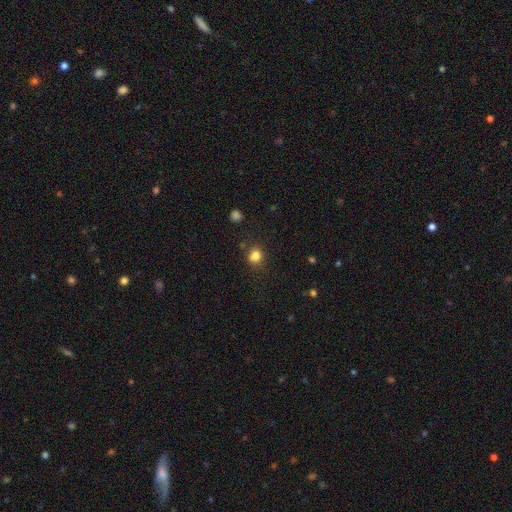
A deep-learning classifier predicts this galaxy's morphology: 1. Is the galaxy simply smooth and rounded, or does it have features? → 80% smooth, 13% star or artifact, 7% featured or disk.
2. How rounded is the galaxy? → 69% round, 30% in between, 1% cigar-shaped.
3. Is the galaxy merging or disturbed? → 74% none, 15% minor disturbance, 6% merger, 4% major disturbance.